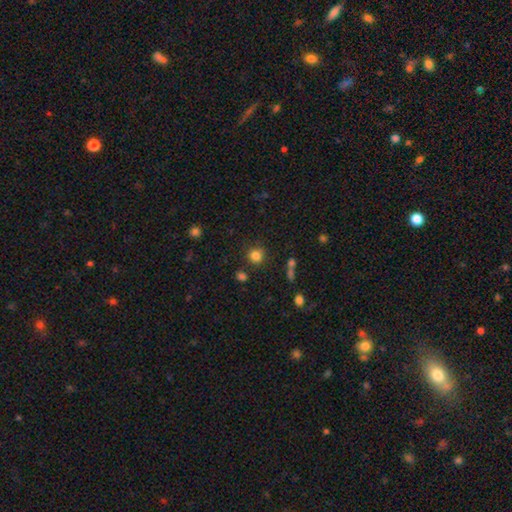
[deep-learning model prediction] Smooth or featured? Predicted: smooth (p=0.82). How rounded? Predicted: round (p=0.90). Merging? Predicted: none (p=0.83).